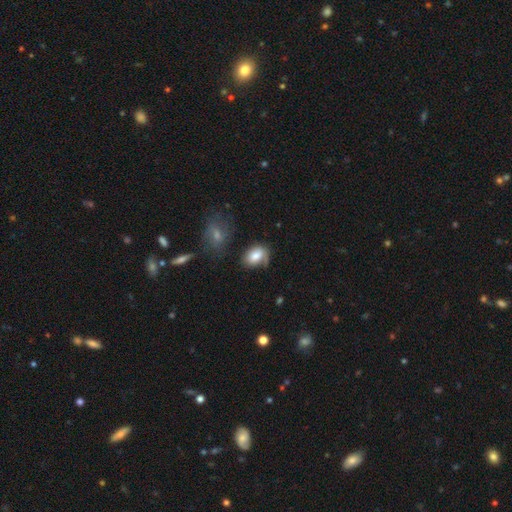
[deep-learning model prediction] A smooth galaxy with no disk features (75%) that is in between round and cigar-shaped (81%). Merging: none (49%).